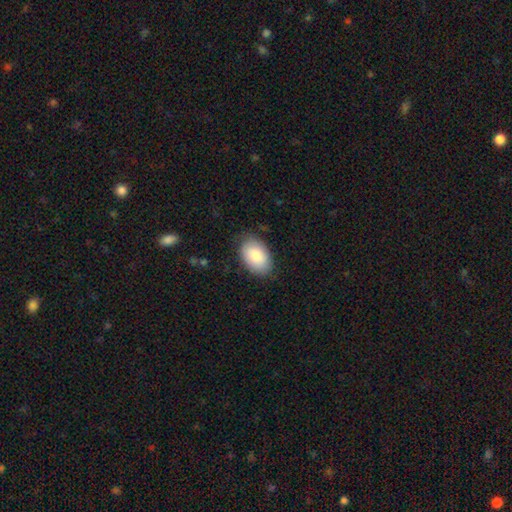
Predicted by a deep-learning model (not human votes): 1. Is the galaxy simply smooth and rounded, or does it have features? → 82% smooth, 12% featured or disk, 6% star or artifact.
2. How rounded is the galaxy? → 90% in between, 8% round, 1% cigar-shaped.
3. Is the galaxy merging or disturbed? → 82% none, 14% minor disturbance, 3% major disturbance, 1% merger.